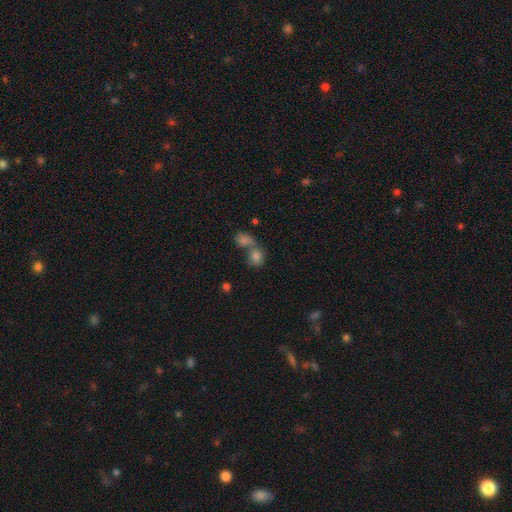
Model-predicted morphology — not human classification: smooth 79%, star or artifact 11%, featured or disk 10%. Down the decision tree: how rounded — round (57%); merging — merger (57%).